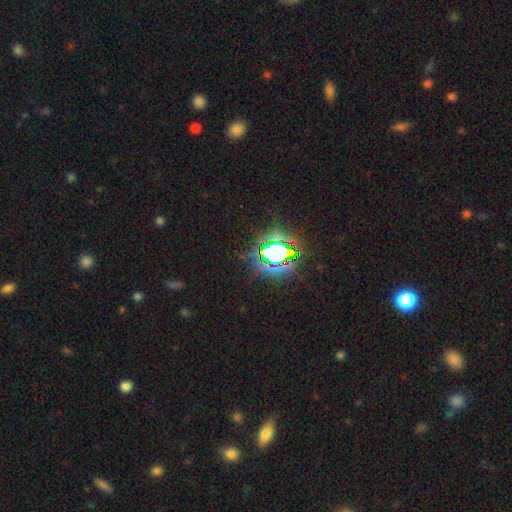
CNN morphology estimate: This appears to be a star or artifact, not a galaxy (80%).